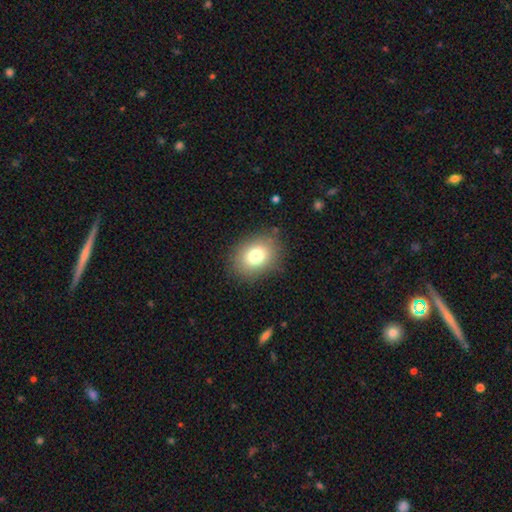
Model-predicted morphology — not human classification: Smooth or featured?
  - smooth: 78% *
  - featured or disk: 11%
  - star or artifact: 11%
How rounded?
  - in between: 55% *
  - round: 44%
  - cigar-shaped: 1%
Merging?
  - none: 85% *
  - minor disturbance: 10%
  - major disturbance: 4%
  - merger: 1%